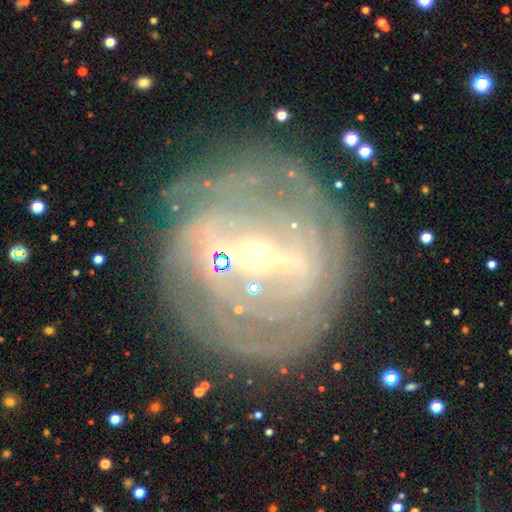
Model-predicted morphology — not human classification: smooth_or_featured: featured or disk (p=0.81) [alt: smooth p=0.10]
disk_edge_on: no (p=0.91) [alt: yes p=0.09]
bar: strong (p=0.61) [alt: weak p=0.26]
has_spiral_arms: yes (p=0.75) [alt: no p=0.25]
spiral_winding: tight (p=0.66) [alt: medium p=0.21]
spiral_arm_count: can't tell (p=0.46) [alt: 2 p=0.24]
bulge_size: small (p=0.61) [alt: moderate p=0.31]
merging: none (p=0.73) [alt: minor disturbance p=0.14]